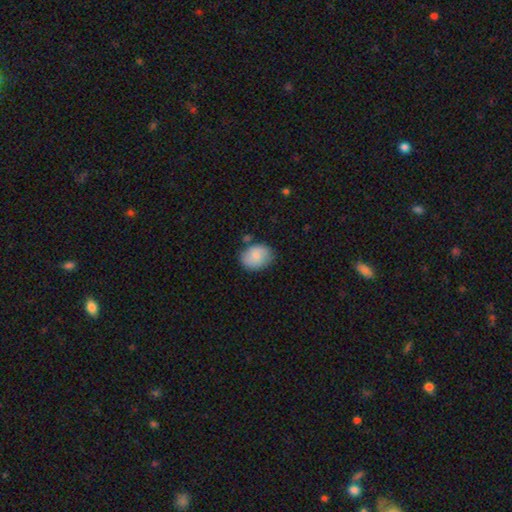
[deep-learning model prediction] Smooth or featured? Predicted: smooth (p=0.81). How rounded? Predicted: in between (p=0.61). Merging? Predicted: none (p=0.73).